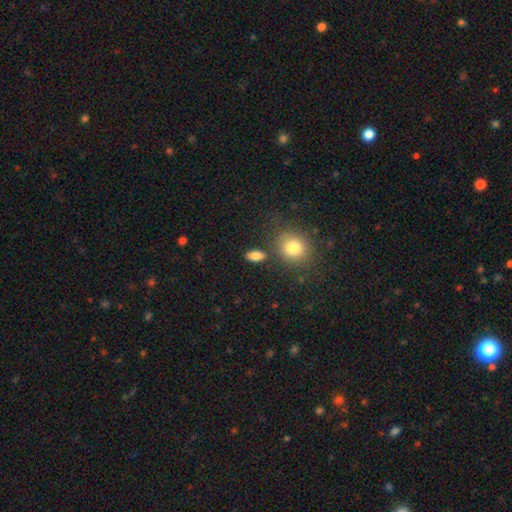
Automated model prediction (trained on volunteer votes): This appears to be a smooth galaxy with no disk features (85%) that is in between round and cigar-shaped (83%). Merging: none (80%).